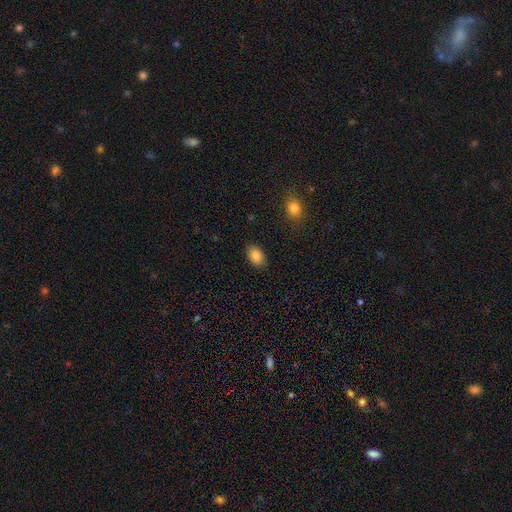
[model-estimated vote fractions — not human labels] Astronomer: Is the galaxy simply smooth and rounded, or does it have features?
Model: smooth — 87%.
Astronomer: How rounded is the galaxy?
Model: in between — 86%.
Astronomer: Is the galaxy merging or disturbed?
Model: none — 87%.